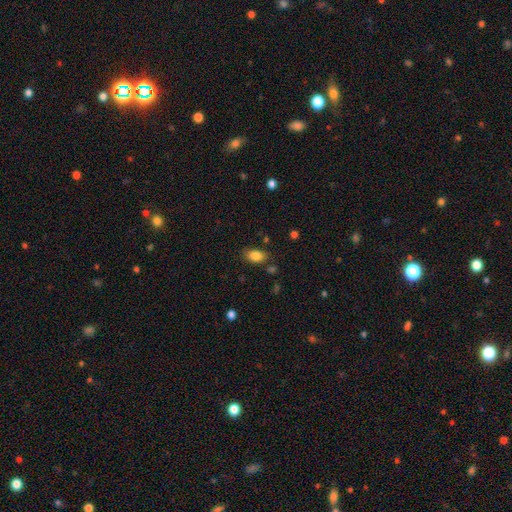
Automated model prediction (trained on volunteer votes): Overall: smooth (85%). How rounded: in between (87%). Merging: none (77%).